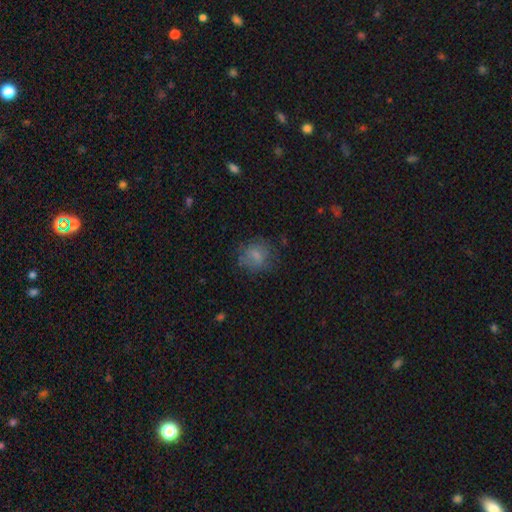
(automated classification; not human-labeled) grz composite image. It shows a smooth galaxy with no disk features (72%) that is round (75%). Merging: none (67%).